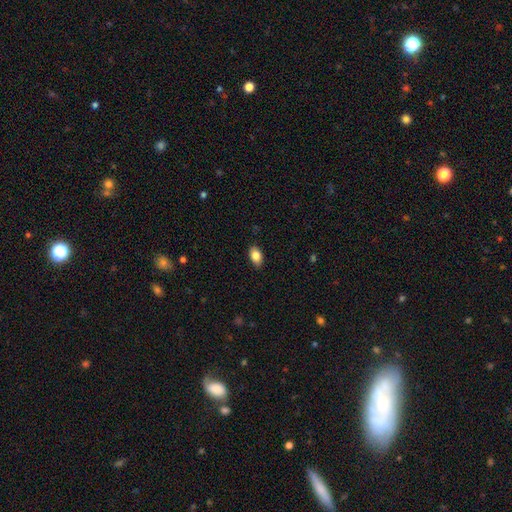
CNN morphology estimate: This appears to be a smooth galaxy with no disk features (84%) that is in between round and cigar-shaped (89%). Merging: none (87%).